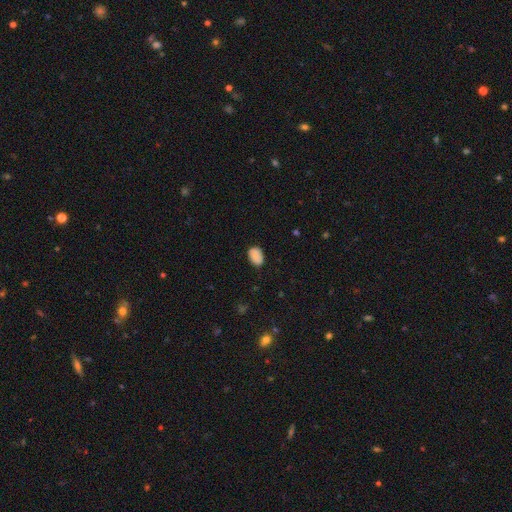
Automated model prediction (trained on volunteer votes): A smooth galaxy with no disk features (86%) that is in between round and cigar-shaped (81%). Merging: none (79%).